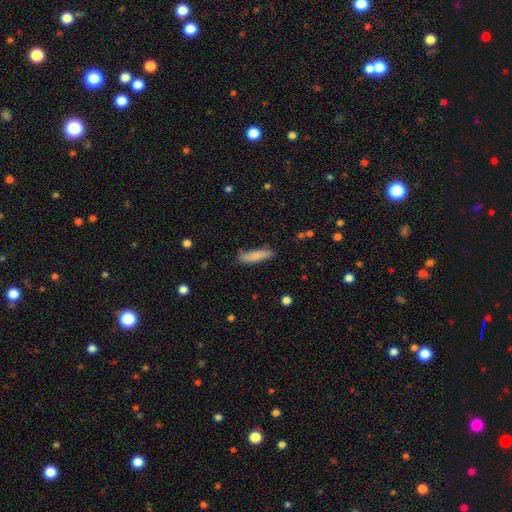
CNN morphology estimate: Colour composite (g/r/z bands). It shows a smooth galaxy with no disk features (82%) that is cigar-shaped (75%). Merging: none (81%).